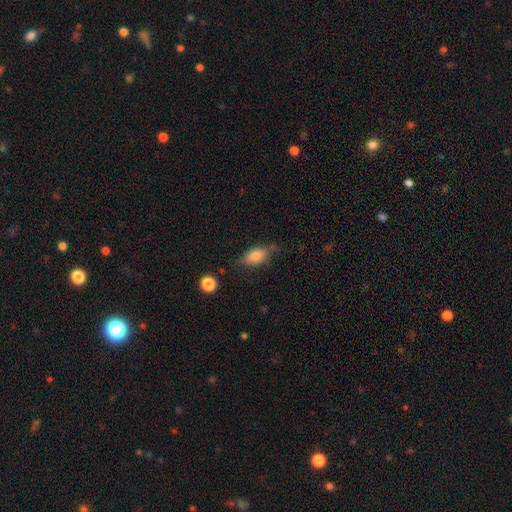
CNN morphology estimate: A smooth galaxy with no disk features (76%) that is in between round and cigar-shaped (84%).

Vote fractions:
- Smooth or featured? smooth: 76% / featured or disk: 16% / star or artifact: 9%
- How rounded? in between: 84% / cigar-shaped: 9% / round: 7%
- Merging? none: 65% / minor disturbance: 25% / major disturbance: 7% / merger: 3%